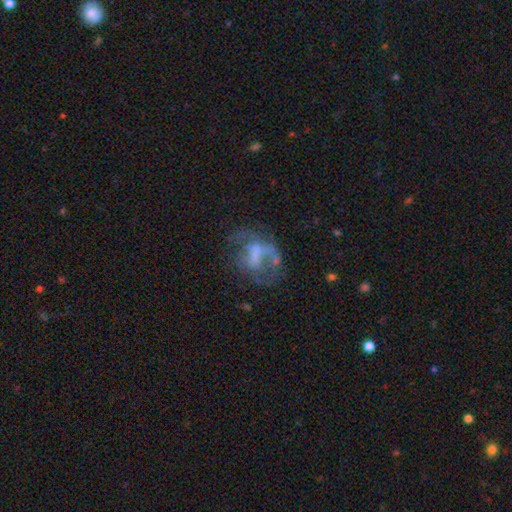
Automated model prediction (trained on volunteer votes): Smooth or featured: featured or disk — 58% (smooth — 27%)
Edge-on disk: no — 97% (yes — 3%)
Bar: no — 61% (weak — 28%)
Spiral arms: no — 69% (yes — 31%)
Bulge size: none — 52% (moderate — 21%)
Merging: none — 38% (major disturbance — 36%)